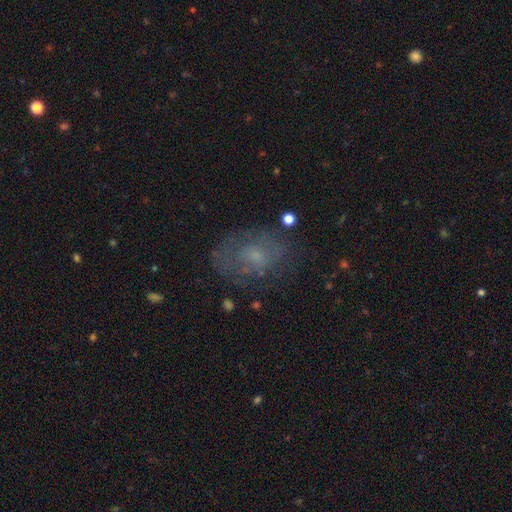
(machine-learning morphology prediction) A smooth galaxy with no disk features (43%, tied with featured or disk). Merging: none (63%).